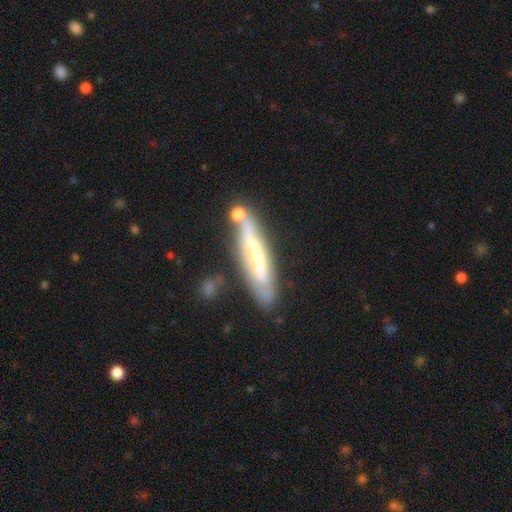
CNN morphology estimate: Smooth or featured? featured or disk (58%)
Edge-on disk? yes (67%)
Merging? none (67%)